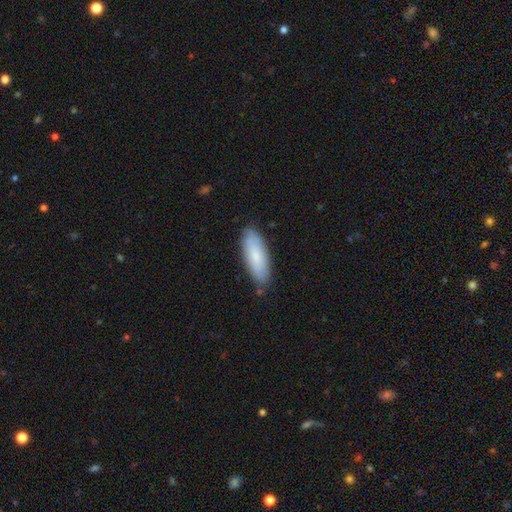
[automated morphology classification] This is likely a smooth galaxy (79%). How rounded: likely in between (63%). Merging: clearly none (82%).